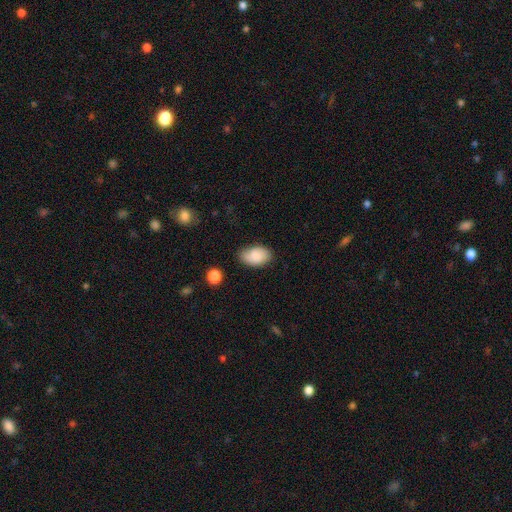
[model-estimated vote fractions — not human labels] Overall: smooth (85%). How rounded: in between (91%). Merging: none (70%).